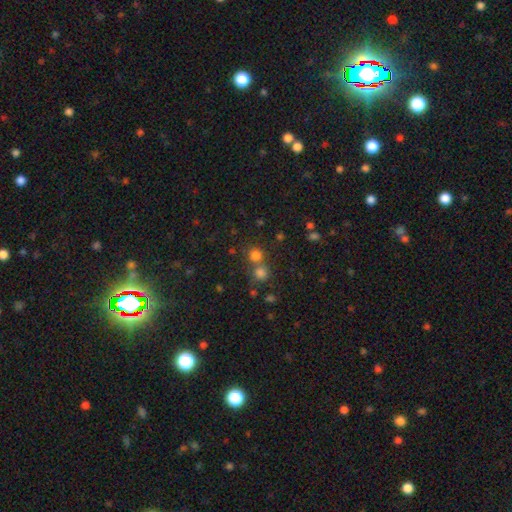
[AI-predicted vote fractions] Smooth or featured: smooth — 75% (star or artifact — 18%)
How rounded: round — 89% (in between — 10%)
Merging: none — 59% (merger — 32%)